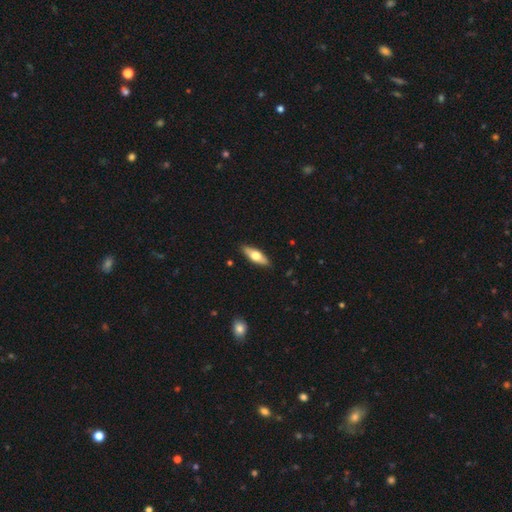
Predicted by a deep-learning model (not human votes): This is possibly a smooth galaxy (54%). How rounded: possibly in between (58%). Merging: clearly none (88%).